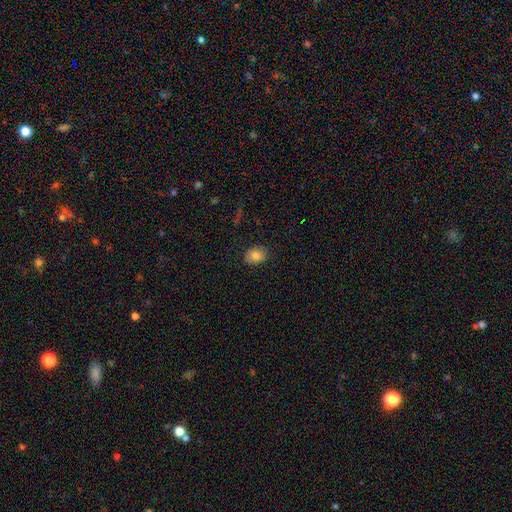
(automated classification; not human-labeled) Q: Smooth or featured?
A: smooth (82%); runner-up: featured or disk (9%)
Q: How rounded?
A: in between (59%); runner-up: round (40%)
Q: Merging?
A: none (86%); runner-up: minor disturbance (11%)